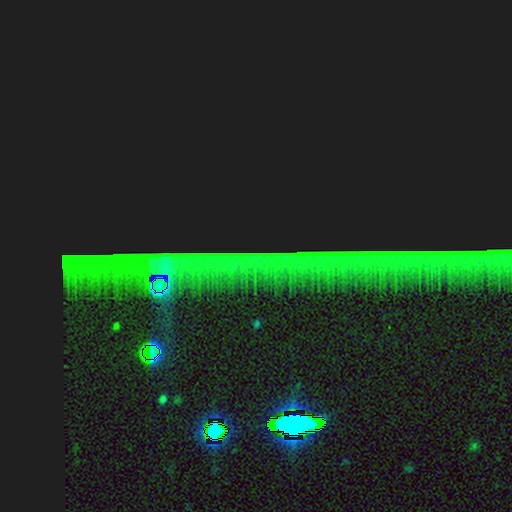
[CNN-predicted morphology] star or artifact 87%, featured or disk 7%, smooth 6%.